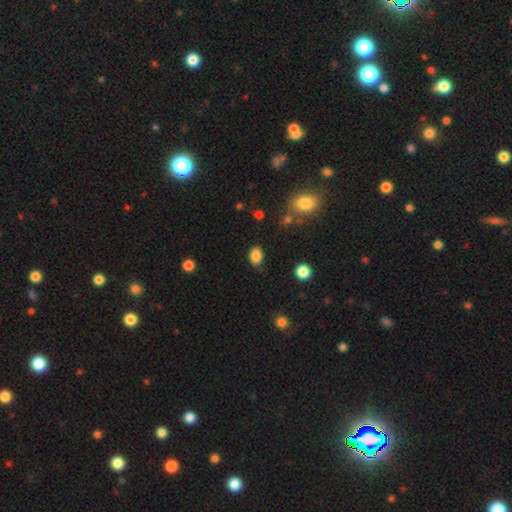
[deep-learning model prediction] Smooth or featured? smooth (86%)
How rounded? in between (78%)
Merging? none (78%)